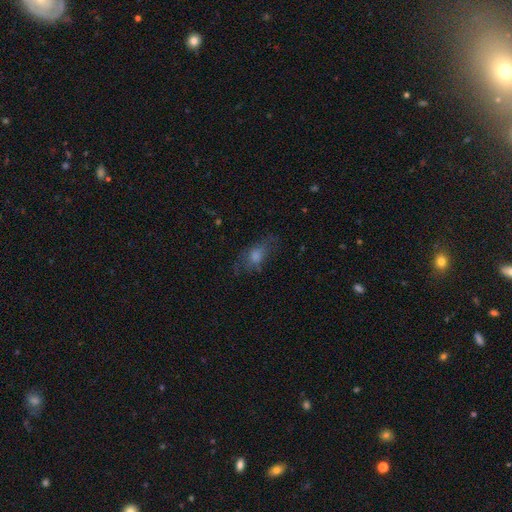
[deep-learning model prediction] Morphology: type=smooth (56%); roundness=in between (76%); merging=none (57%).